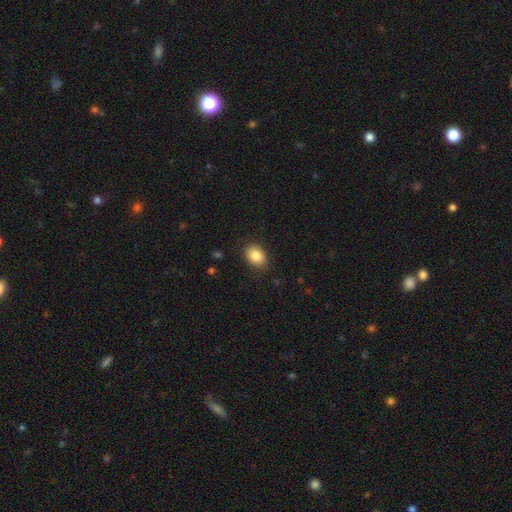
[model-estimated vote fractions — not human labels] This is clearly a smooth galaxy (87%). How rounded: likely in between (70%). Merging: clearly none (84%).